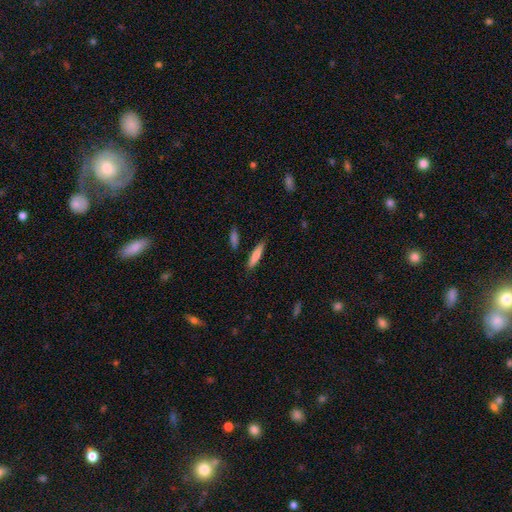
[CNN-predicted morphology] A smooth galaxy with no disk features (79%) that is cigar-shaped (84%).

Vote fractions:
- Smooth or featured? smooth: 79% / featured or disk: 15% / star or artifact: 6%
- How rounded? cigar-shaped: 84% / in between: 15% / round: 1%
- Merging? none: 84% / minor disturbance: 11% / merger: 3% / major disturbance: 2%